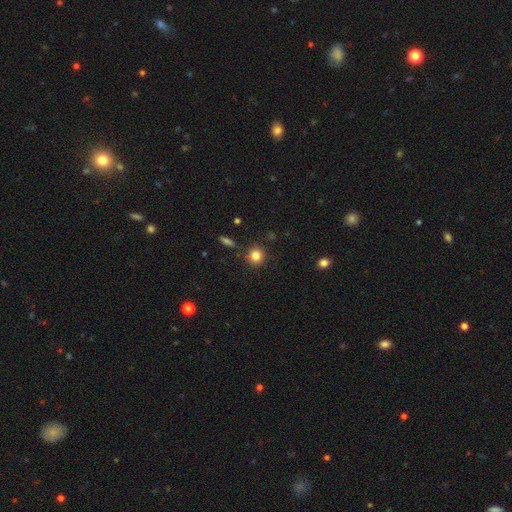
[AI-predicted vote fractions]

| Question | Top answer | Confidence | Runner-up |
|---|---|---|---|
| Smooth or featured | smooth | 83% | star or artifact (11%) |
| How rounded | round | 90% | in between (9%) |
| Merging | none | 88% | minor disturbance (7%) |